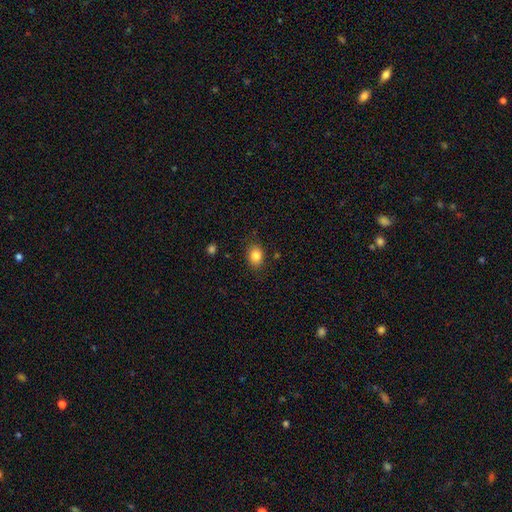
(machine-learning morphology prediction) Overall: smooth (83%). How rounded: in between (62%; round 37%). Merging: none (83%).